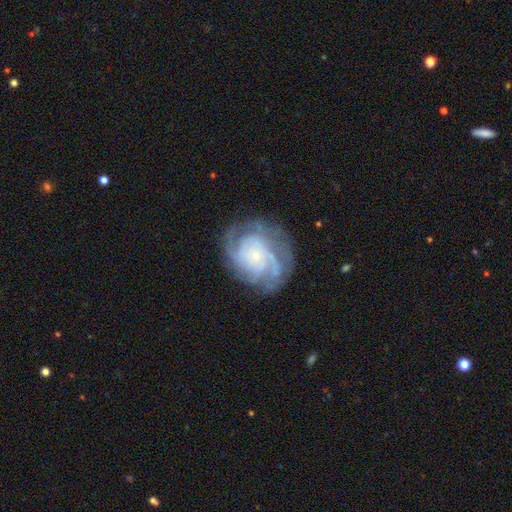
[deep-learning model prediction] This is clearly a featured or disk galaxy (84%). It is clearly not viewed edge-on (98%). Bar: likely no (78%). Spiral arm pattern: clearly yes (95%). Spiral arm count: marginally 3 (27%). Spiral winding: likely tight (61%). Central bulge: clearly small (80%). Merging: likely none (72%).